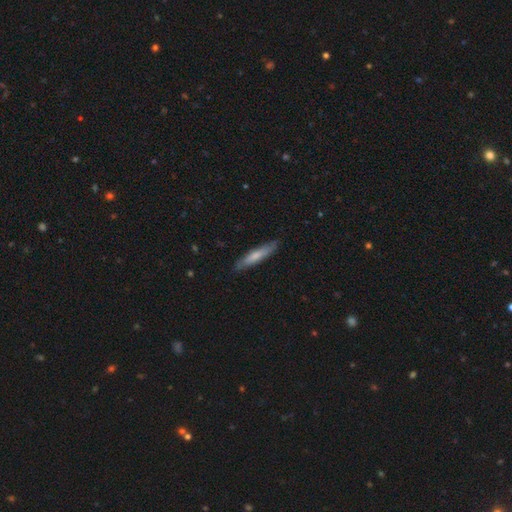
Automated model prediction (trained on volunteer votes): smooth_or_featured: smooth (p=0.65) [alt: featured or disk p=0.30]
how_rounded: cigar-shaped (p=0.87) [alt: in between p=0.12]
merging: none (p=0.84) [alt: minor disturbance p=0.13]